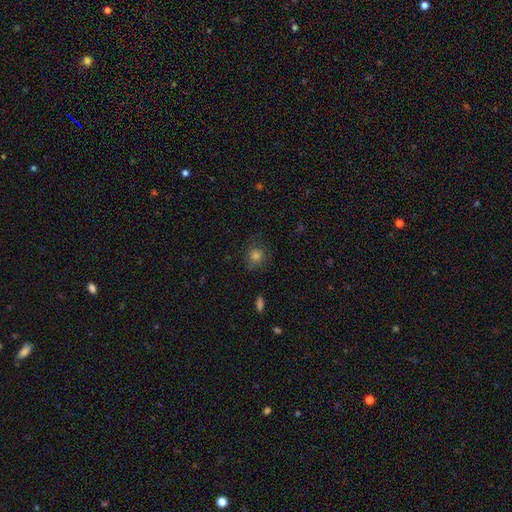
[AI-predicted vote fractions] Q: Smooth or featured?
A: smooth (75%); runner-up: star or artifact (17%)
Q: How rounded?
A: round (85%); runner-up: in between (14%)
Q: Merging?
A: none (80%); runner-up: minor disturbance (14%)